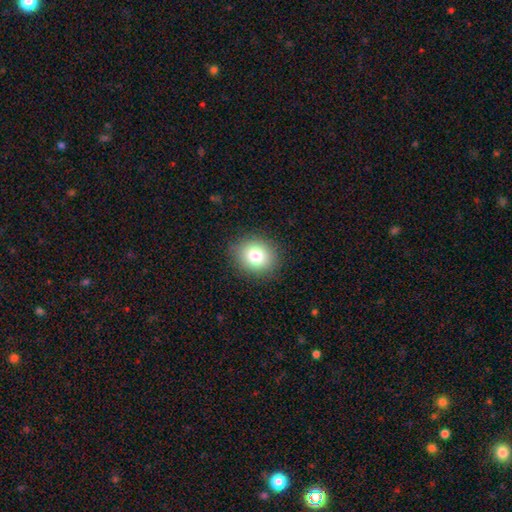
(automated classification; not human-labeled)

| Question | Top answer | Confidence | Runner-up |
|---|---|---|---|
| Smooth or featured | smooth | 80% | star or artifact (11%) |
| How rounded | round | 70% | in between (29%) |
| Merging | none | 88% | minor disturbance (8%) |